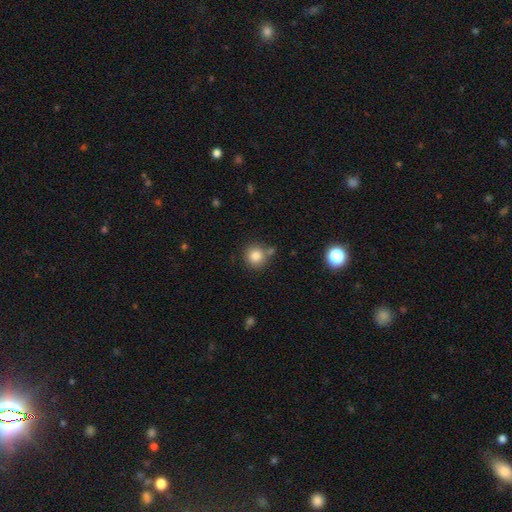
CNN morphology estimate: A smooth galaxy with no disk features (84%) that is round (92%). Merging: none (72%).